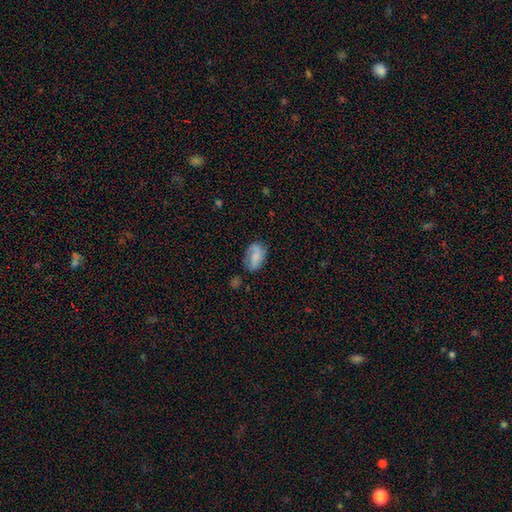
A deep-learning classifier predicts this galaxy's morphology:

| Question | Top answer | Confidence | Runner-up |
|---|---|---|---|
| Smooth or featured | smooth | 68% | featured or disk (24%) |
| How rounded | in between | 88% | round (10%) |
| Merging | none | 58% | minor disturbance (28%) |